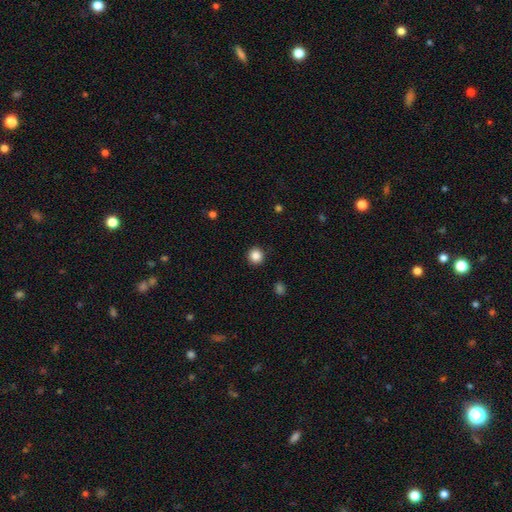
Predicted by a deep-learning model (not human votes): Smooth or featured? Predicted: smooth (p=0.86). How rounded? Predicted: round (p=0.92). Merging? Predicted: none (p=0.92).